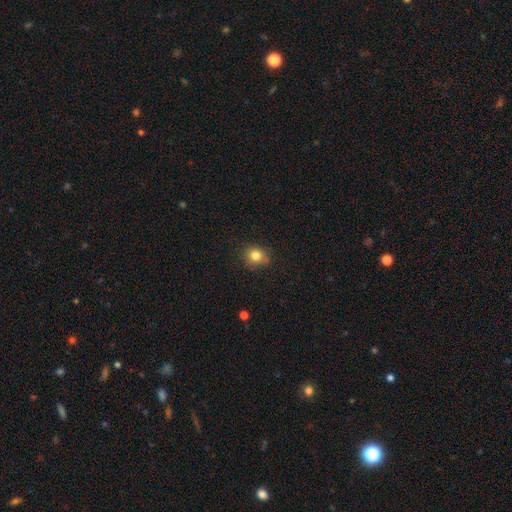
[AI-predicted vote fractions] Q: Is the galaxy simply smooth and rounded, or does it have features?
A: smooth — 82%.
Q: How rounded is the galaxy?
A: round — 75%.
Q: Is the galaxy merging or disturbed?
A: none — 81%.